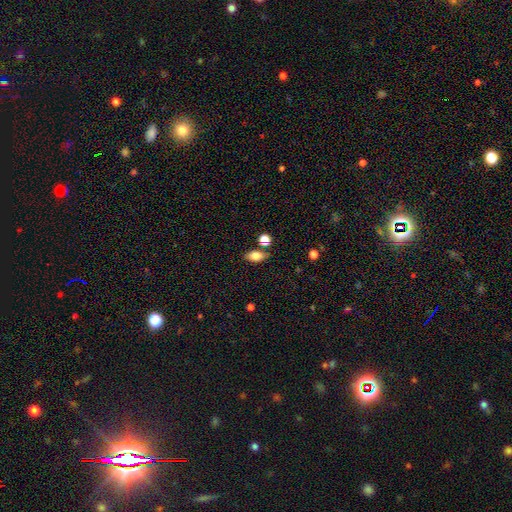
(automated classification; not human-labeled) The model was most divided on "smooth or featured": smooth: 75%, featured or disk: 15%, star or artifact: 10%. More confident: how rounded — in between (84%); merging — none (76%).